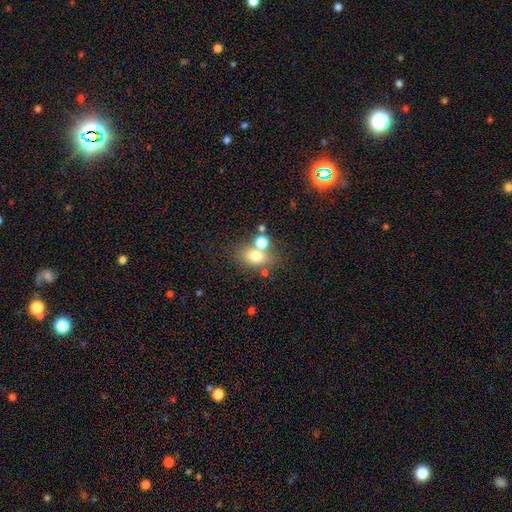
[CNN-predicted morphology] smooth_or_featured: smooth (p=0.70) [alt: featured or disk p=0.16]
how_rounded: in between (p=0.63) [alt: round p=0.34]
merging: none (p=0.57) [alt: merger p=0.27]